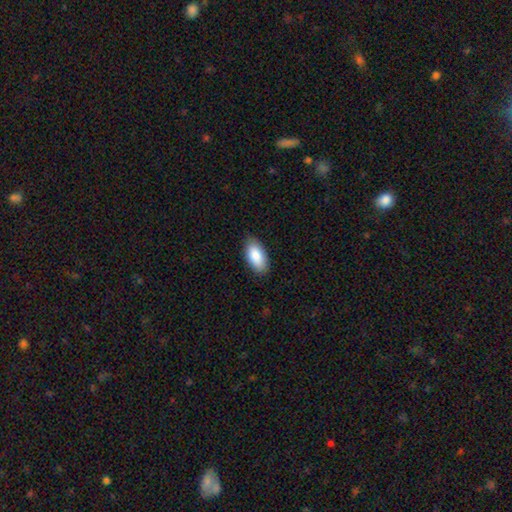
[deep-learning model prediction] Smooth or featured? Predicted: smooth (p=0.87). How rounded? Predicted: in between (p=0.94). Merging? Predicted: none (p=0.85).